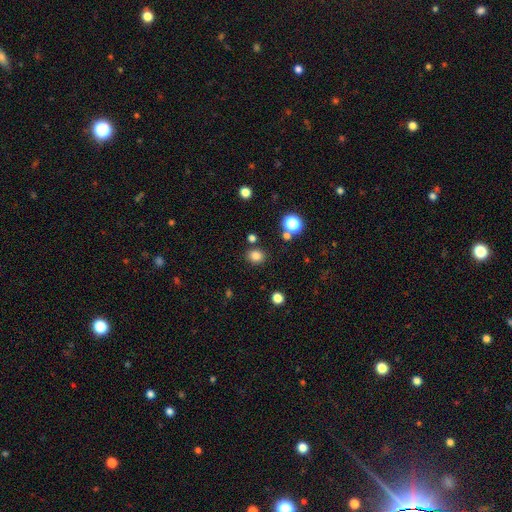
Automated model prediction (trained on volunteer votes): Q: Smooth or featured?
A: smooth (81%); runner-up: star or artifact (14%)
Q: How rounded?
A: round (72%); runner-up: in between (27%)
Q: Merging?
A: none (84%); runner-up: minor disturbance (9%)